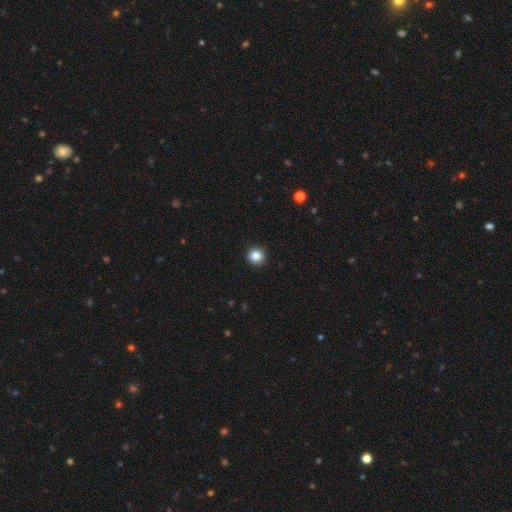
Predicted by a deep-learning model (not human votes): Smooth or featured: smooth — 85% (star or artifact — 11%)
How rounded: round — 94% (in between — 5%)
Merging: none — 93% (minor disturbance — 5%)